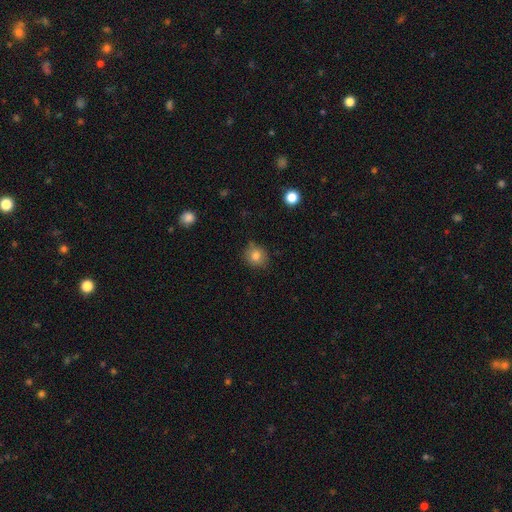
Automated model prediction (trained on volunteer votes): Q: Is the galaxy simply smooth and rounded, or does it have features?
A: smooth — 82%.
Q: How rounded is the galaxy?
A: round — 81%.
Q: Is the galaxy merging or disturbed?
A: none — 80%.